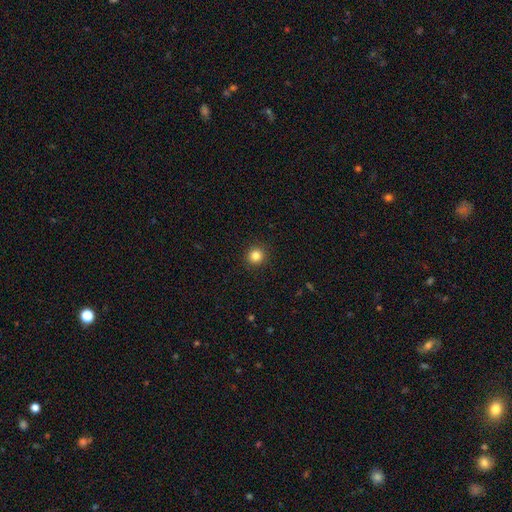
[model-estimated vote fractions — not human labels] smooth-or-featured: smooth: 83% | star or artifact: 12% | featured or disk: 5%
  how-rounded: round: 93% | in between: 6% | cigar-shaped: 1%
  merging: none: 92% | minor disturbance: 5% | major disturbance: 2% | merger: 1%